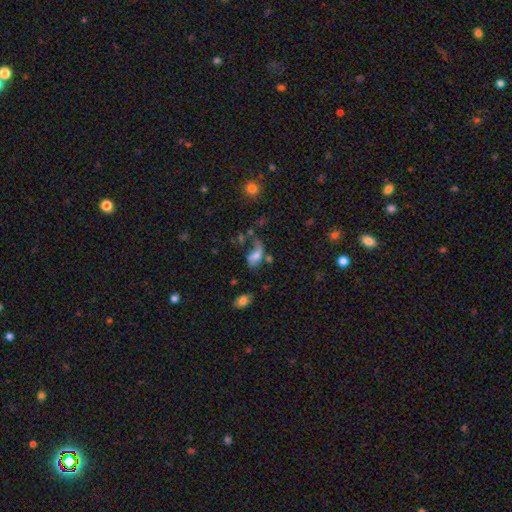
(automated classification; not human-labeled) Smooth or featured? Predicted: smooth (p=0.48). Merging? Predicted: major disturbance (p=0.36).